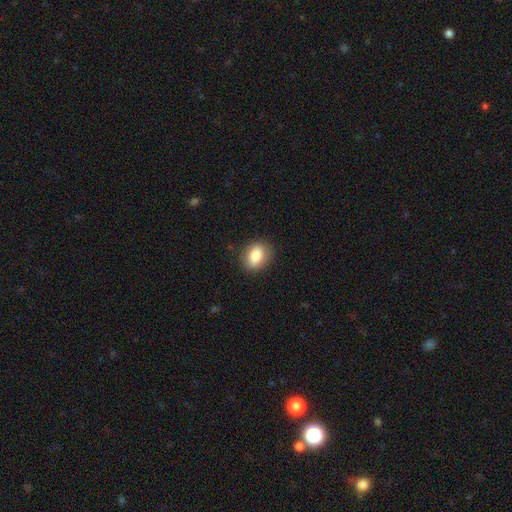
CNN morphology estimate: Smooth or featured? smooth (85%)
How rounded? in between (70%)
Merging? none (85%)